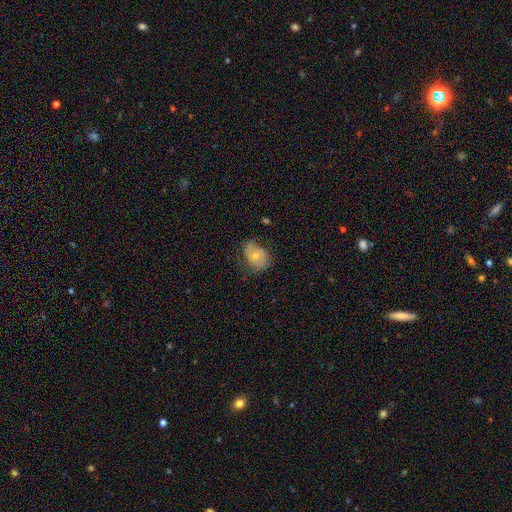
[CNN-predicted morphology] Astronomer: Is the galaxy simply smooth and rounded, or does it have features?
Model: featured or disk — 47% (runner-up: smooth, 45%).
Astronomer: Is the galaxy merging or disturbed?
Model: none — 51% (runner-up: minor disturbance, 31%).